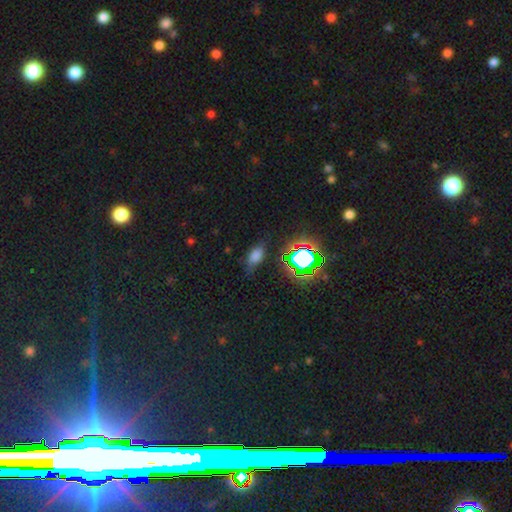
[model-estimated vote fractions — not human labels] Smooth or featured? Predicted: smooth (p=0.64). How rounded? Predicted: in between (p=0.84). Merging? Predicted: none (p=0.70).